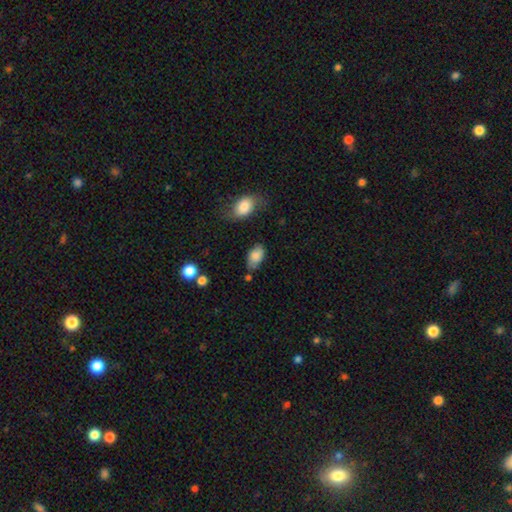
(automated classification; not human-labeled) smooth_or_featured: smooth (p=0.81) [alt: featured or disk p=0.11]
how_rounded: in between (p=0.92) [alt: round p=0.06]
merging: none (p=0.64) [alt: minor disturbance p=0.25]